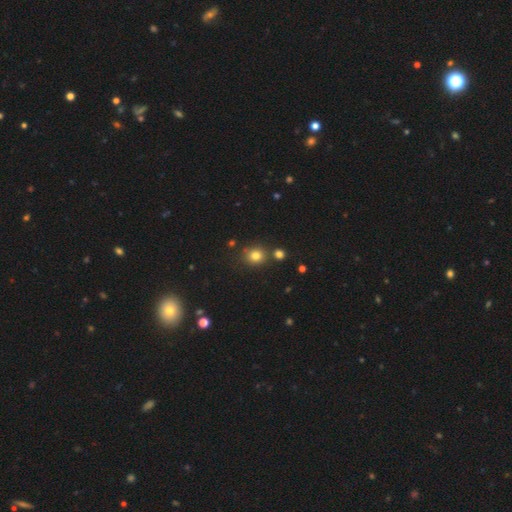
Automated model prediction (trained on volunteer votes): This is likely a smooth galaxy (78%). How rounded: clearly round (82%). Merging: likely none (78%).